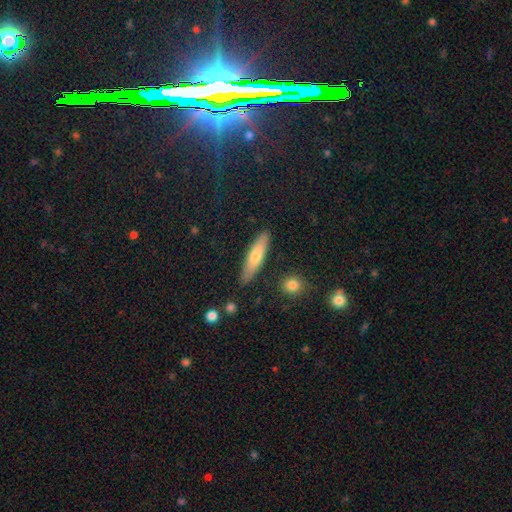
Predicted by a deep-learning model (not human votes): Smooth or featured? smooth (62%)
How rounded? cigar-shaped (80%)
Merging? none (87%)